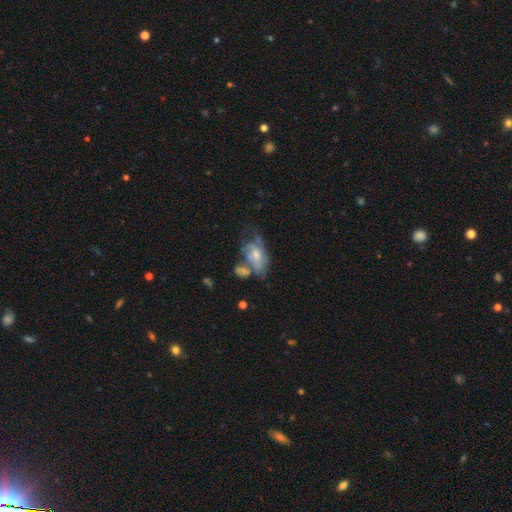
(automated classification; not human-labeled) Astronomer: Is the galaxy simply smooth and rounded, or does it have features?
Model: featured or disk — 48% (runner-up: smooth, 44%).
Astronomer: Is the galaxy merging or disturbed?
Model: merger — 27% (runner-up: none, 26%).